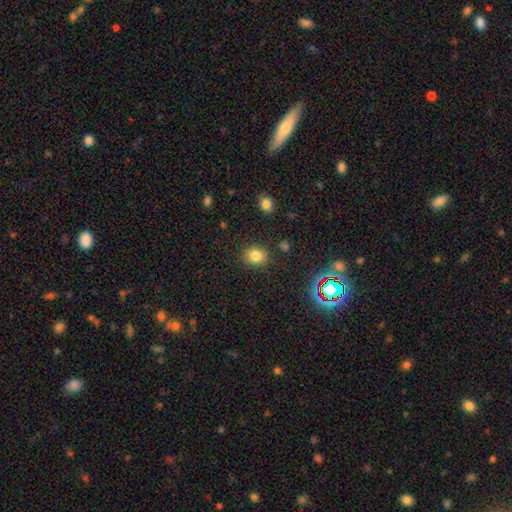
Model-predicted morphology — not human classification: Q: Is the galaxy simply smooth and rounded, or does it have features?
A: smooth — 80%.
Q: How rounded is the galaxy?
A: round — 67%.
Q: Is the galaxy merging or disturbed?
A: none — 85%.